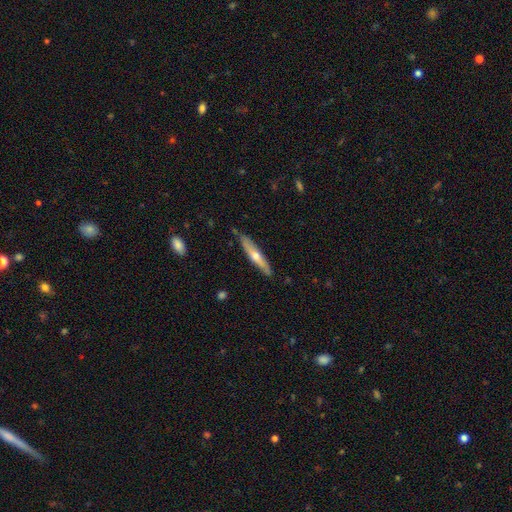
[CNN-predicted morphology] smooth_or_featured: featured or disk (p=0.50) [alt: smooth p=0.44]
disk_edge_on: yes (p=0.86) [alt: no p=0.14]
merging: none (p=0.83) [alt: minor disturbance p=0.13]